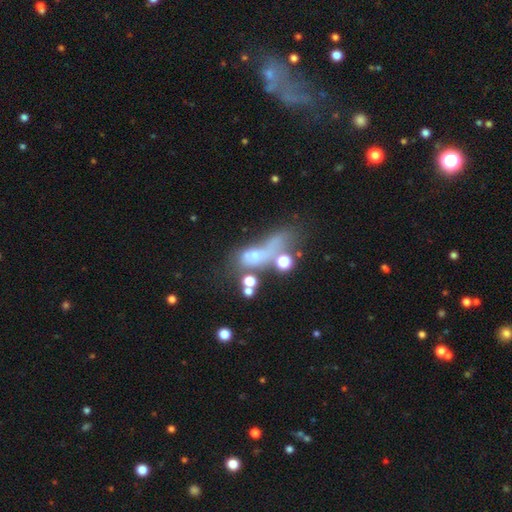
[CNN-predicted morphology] The model was most divided on "merging": major disturbance: 38%, merger: 32%, none: 18%, minor disturbance: 12%. Remaining: smooth or featured — smooth (43%).